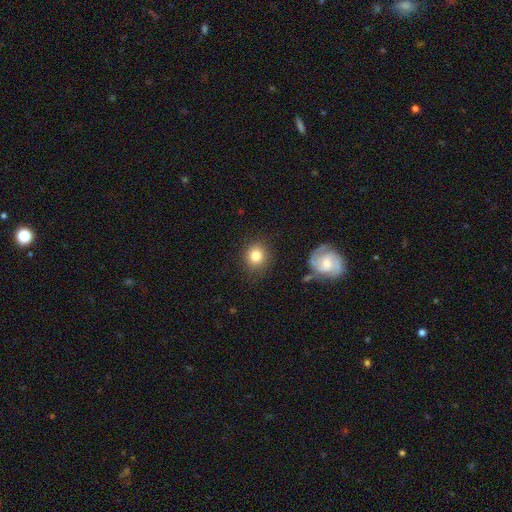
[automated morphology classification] Smooth or featured?
  - smooth: 82% *
  - star or artifact: 10%
  - featured or disk: 9%
How rounded?
  - round: 84% *
  - in between: 15%
  - cigar-shaped: 1%
Merging?
  - none: 85% *
  - minor disturbance: 9%
  - major disturbance: 3%
  - merger: 2%